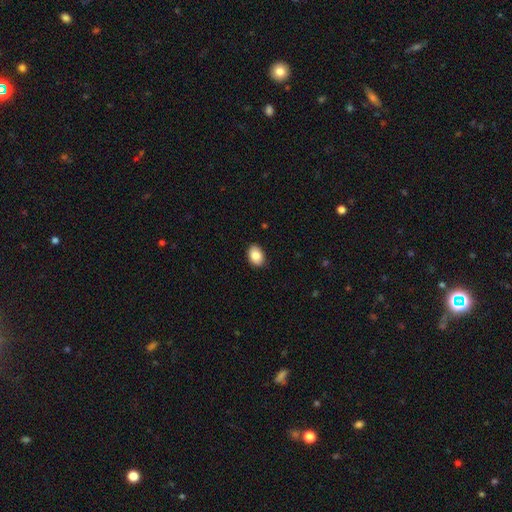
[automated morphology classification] type=smooth (85%); roundness=in between (82%); merging=none (88%).